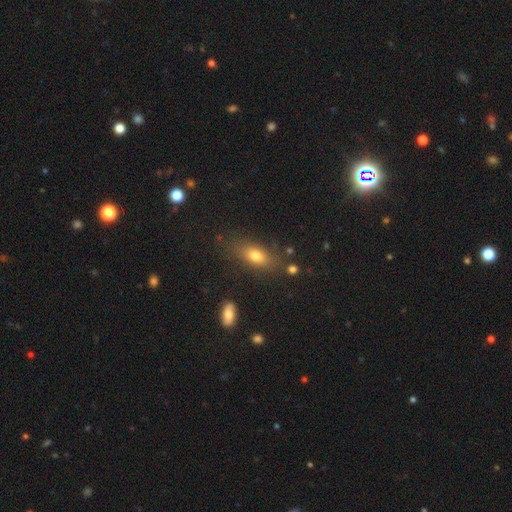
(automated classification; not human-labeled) The model was most divided on "smooth or featured": smooth: 73%, featured or disk: 15%, star or artifact: 13%. More confident: how rounded — in between (78%); merging — none (76%).